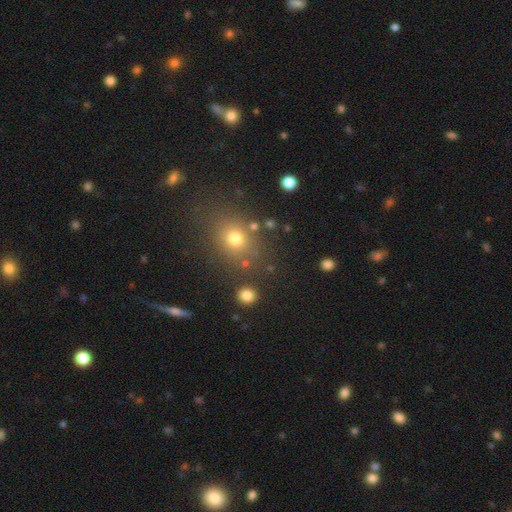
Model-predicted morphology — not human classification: A smooth galaxy with no disk features (57%) that is round (62%). Merging: none (80%).